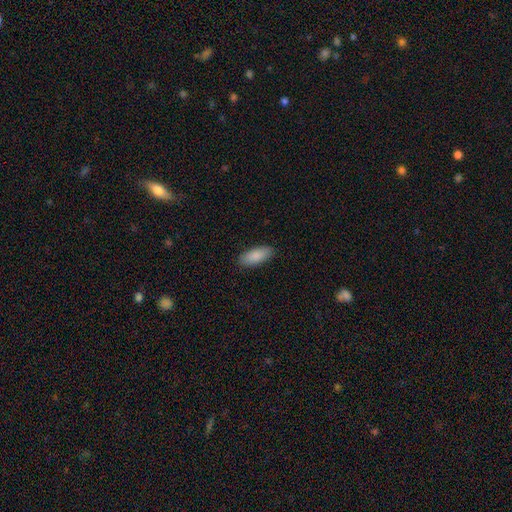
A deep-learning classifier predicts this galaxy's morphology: This appears to be a smooth galaxy with no disk features (89%) that is in between round and cigar-shaped (84%). Merging: none (89%).